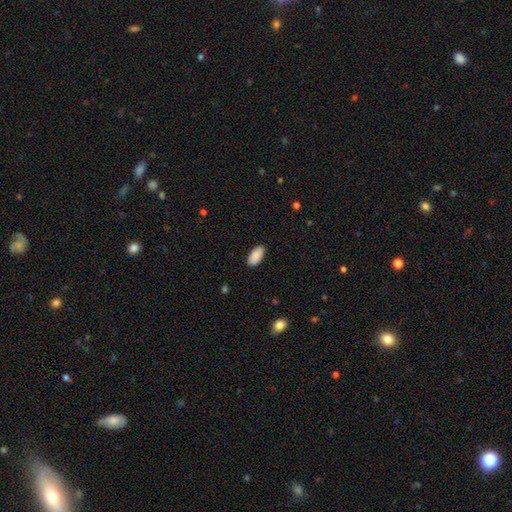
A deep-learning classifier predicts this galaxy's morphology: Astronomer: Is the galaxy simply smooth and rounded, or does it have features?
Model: smooth — 90%.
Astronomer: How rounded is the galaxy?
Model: in between — 94%.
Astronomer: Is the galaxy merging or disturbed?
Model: none — 88%.